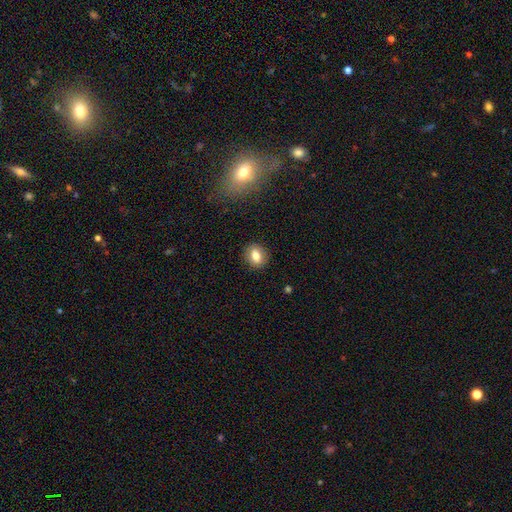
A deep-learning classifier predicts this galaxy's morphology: The model was most divided on "how rounded": in between: 52%, round: 46%, cigar-shaped: 2%. More confident: merging — none (88%); smooth or featured — smooth (79%).